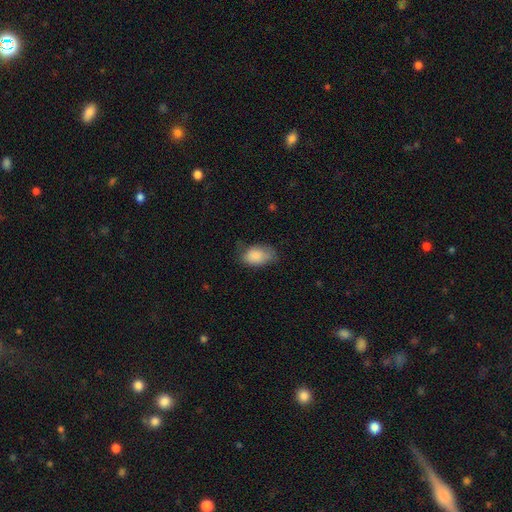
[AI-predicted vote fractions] The model was most divided on "merging": none: 53%, minor disturbance: 34%, major disturbance: 11%, merger: 2%. More confident: how rounded — in between (89%); smooth or featured — smooth (85%).